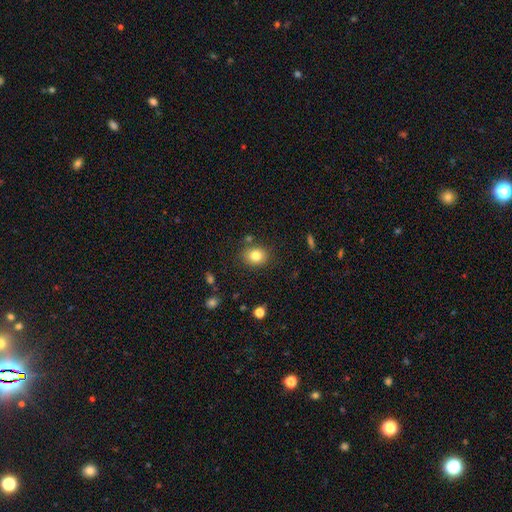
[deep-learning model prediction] The model was most divided on "how rounded": round: 60%, in between: 39%, cigar-shaped: 1%. More confident: merging — none (83%); smooth or featured — smooth (81%).